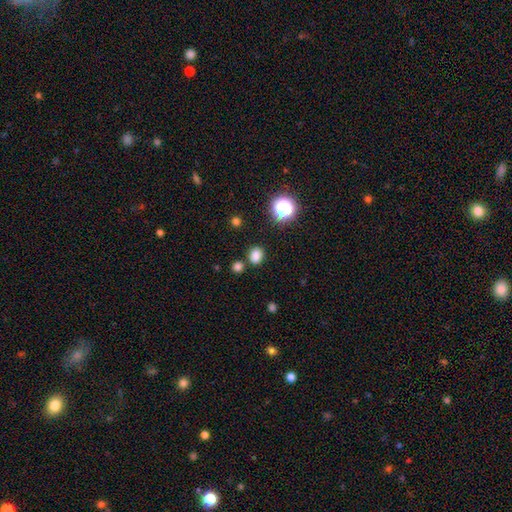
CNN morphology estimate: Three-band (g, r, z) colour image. It shows a smooth galaxy with no disk features (80%) that is round (50%). Merging: none (78%).